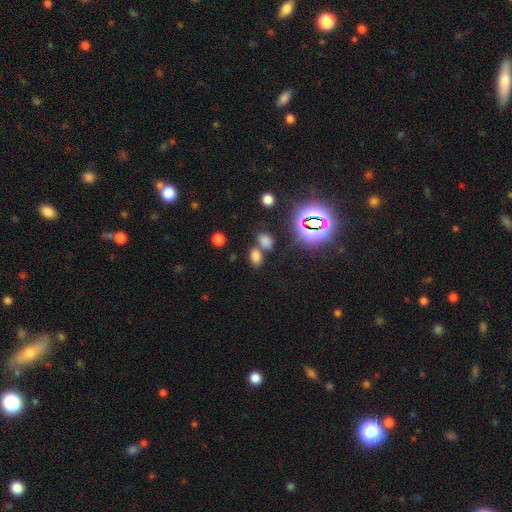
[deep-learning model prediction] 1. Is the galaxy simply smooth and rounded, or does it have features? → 67% smooth, 26% star or artifact, 7% featured or disk.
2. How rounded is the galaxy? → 84% in between, 14% round, 2% cigar-shaped.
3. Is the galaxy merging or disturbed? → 58% none, 28% merger, 10% minor disturbance, 4% major disturbance.